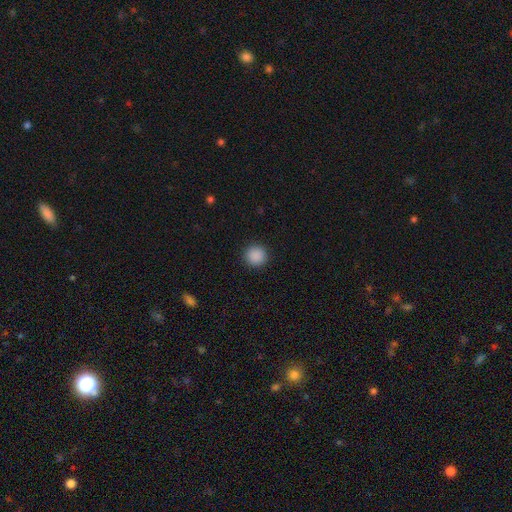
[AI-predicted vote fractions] Smooth or featured? smooth (89%)
How rounded? round (95%)
Merging? none (93%)